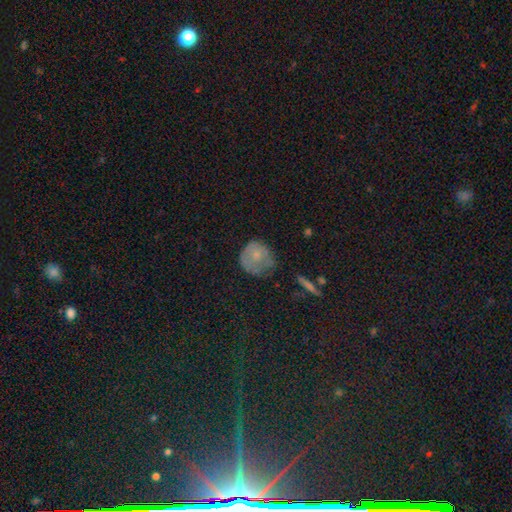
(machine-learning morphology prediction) Overall: smooth (68%). How rounded: round (84%). Merging: none (48%; minor disturbance 33%).